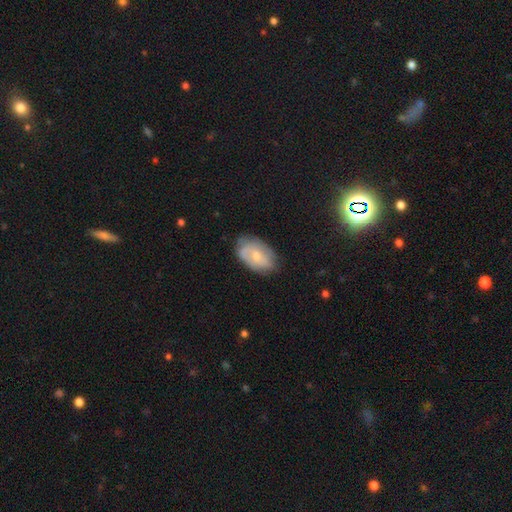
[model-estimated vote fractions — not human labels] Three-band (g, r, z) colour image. It shows a smooth galaxy with no disk features (47%). Merging: none (69%).